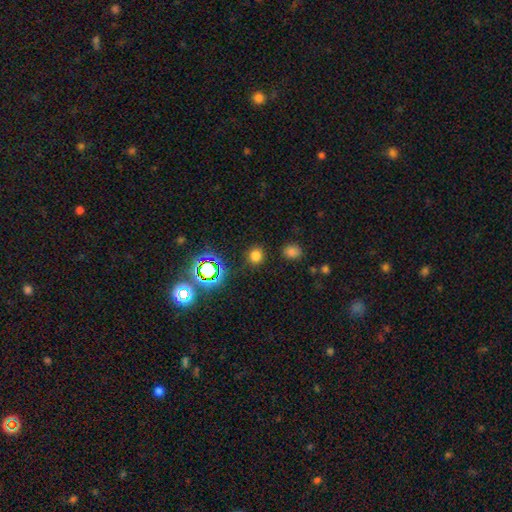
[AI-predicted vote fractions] smooth 73%, star or artifact 22%, featured or disk 5%. Down the decision tree: how rounded — round (83%); merging — none (88%).